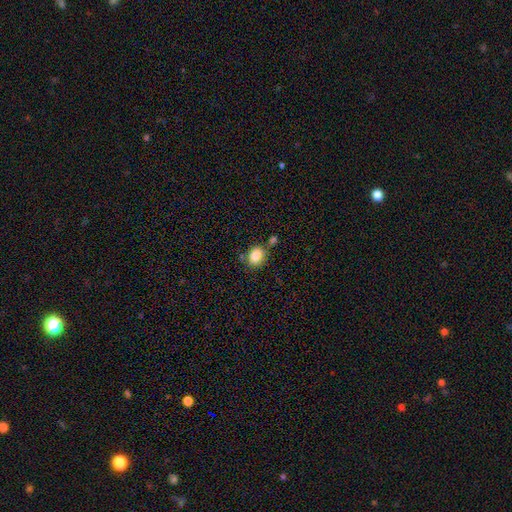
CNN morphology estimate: Overall: smooth (84%). How rounded: in between (50%; round 49%). Merging: none (63%).